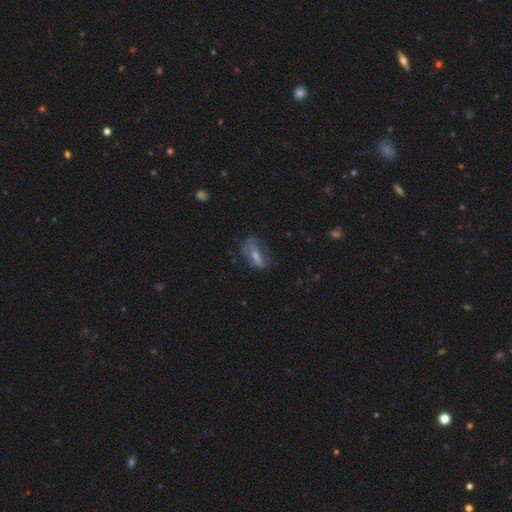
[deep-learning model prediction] Q: Smooth or featured?
A: smooth (45%); runner-up: featured or disk (44%)
Q: Merging?
A: none (47%); runner-up: minor disturbance (27%)